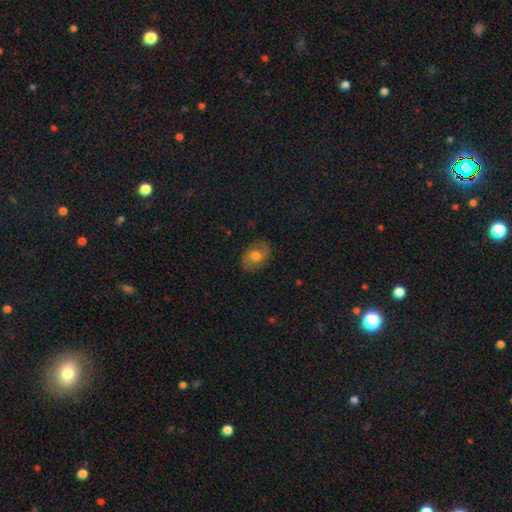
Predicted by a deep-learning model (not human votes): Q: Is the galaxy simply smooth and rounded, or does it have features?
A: smooth — 55%.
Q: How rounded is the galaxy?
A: in between — 72%.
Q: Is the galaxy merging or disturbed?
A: none — 80%.